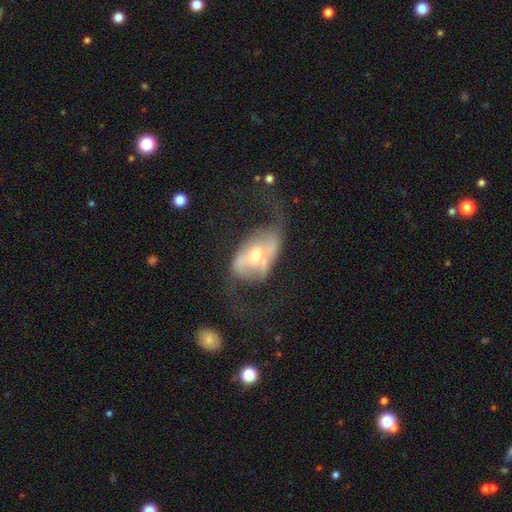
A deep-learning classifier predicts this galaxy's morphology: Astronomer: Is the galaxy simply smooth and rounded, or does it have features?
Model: featured or disk — 65%.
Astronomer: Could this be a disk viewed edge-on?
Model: no — 91%.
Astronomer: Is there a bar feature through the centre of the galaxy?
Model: no — 53%.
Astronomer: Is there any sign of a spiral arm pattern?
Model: yes — 56% (runner-up: no, 44%).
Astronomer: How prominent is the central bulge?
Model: moderate — 67%.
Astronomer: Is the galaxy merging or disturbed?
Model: major disturbance — 38% (runner-up: none, 34%).